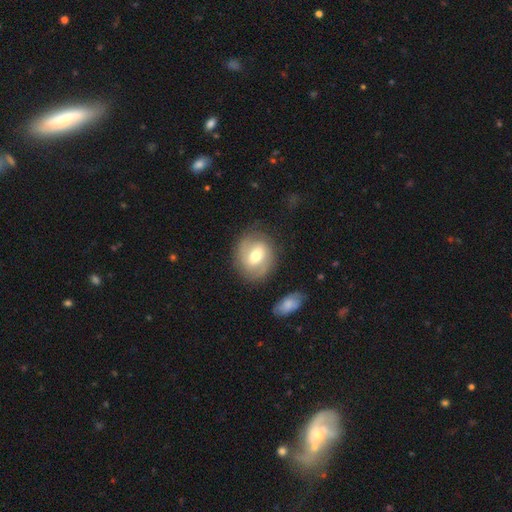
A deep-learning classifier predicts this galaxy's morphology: This is possibly a featured or disk galaxy (48%). Merging: likely none (76%).